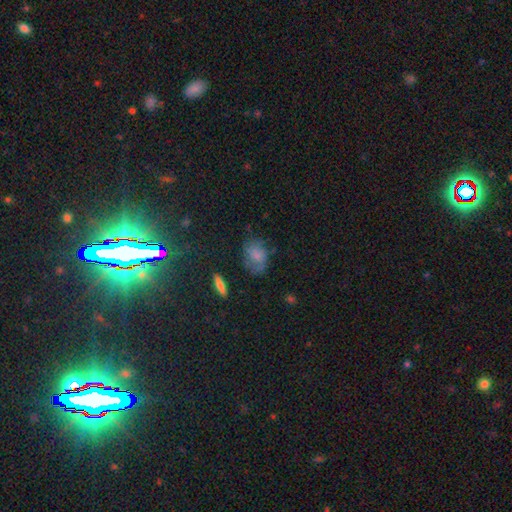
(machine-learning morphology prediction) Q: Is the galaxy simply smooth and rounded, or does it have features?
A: smooth — 65%.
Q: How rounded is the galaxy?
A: in between — 71%.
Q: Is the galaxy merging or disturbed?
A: none — 55%.